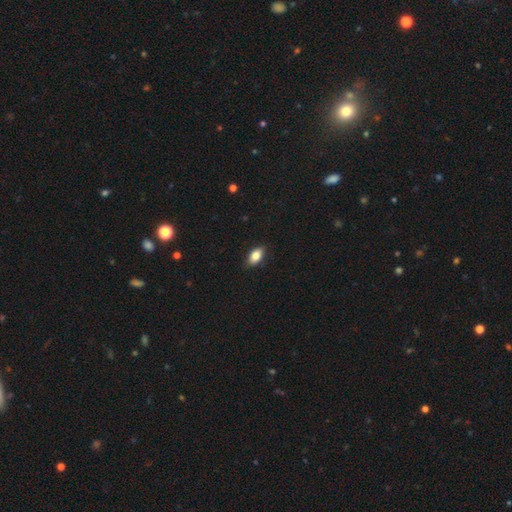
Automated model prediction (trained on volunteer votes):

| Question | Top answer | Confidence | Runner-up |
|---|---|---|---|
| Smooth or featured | smooth | 83% | featured or disk (9%) |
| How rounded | in between | 90% | round (6%) |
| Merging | none | 86% | minor disturbance (11%) |